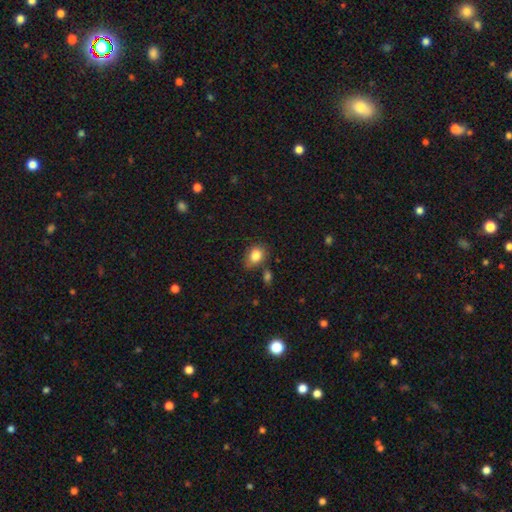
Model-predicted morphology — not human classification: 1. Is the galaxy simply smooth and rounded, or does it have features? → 83% smooth, 9% star or artifact, 8% featured or disk.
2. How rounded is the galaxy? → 62% in between, 37% round, 1% cigar-shaped.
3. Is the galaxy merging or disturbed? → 64% none, 22% minor disturbance, 9% merger, 5% major disturbance.